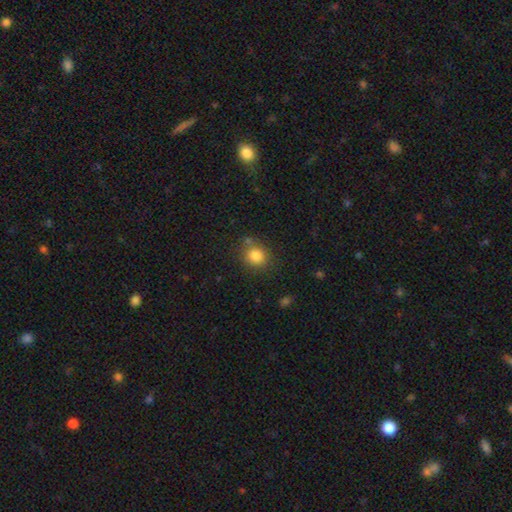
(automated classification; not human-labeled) A smooth galaxy with no disk features (82%) that is round (80%). Merging: none (73%).